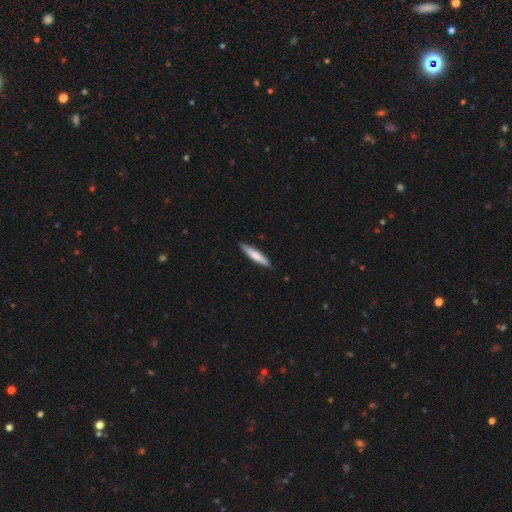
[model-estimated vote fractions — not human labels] Overall: smooth (72%). How rounded: cigar-shaped (91%). Merging: none (88%).